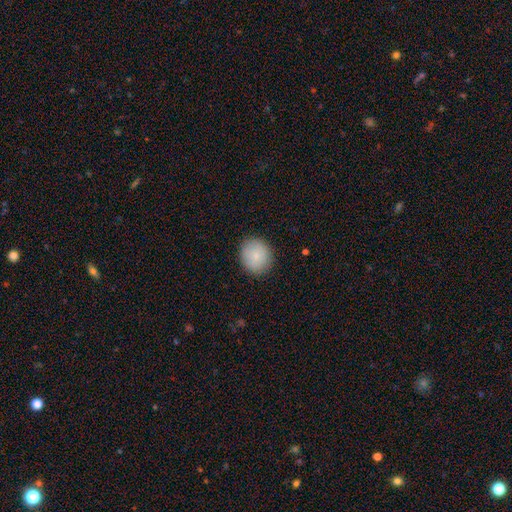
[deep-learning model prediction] The model was most divided on "how rounded": round: 81%, in between: 18%, cigar-shaped: 1%. More confident: merging — none (89%); smooth or featured — smooth (85%).